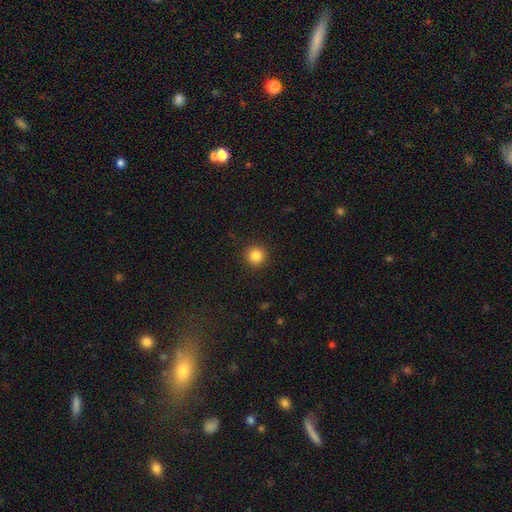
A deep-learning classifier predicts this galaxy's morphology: type=smooth (84%); roundness=round (95%); merging=none (92%).